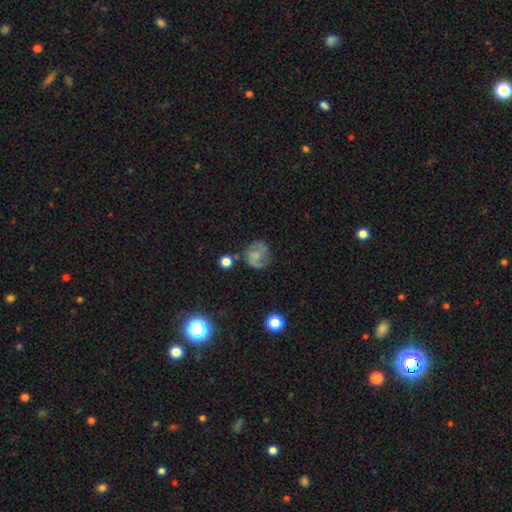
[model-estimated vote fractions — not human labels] The model was most divided on "bulge size": small: 40%, none: 32%, moderate: 23%, large: 3%, dominant: 1%. More confident: edge-on disk — no (98%); spiral arms — yes (83%); bar — no (63%); merging — none (60%); smooth or featured — featured or disk (53%).